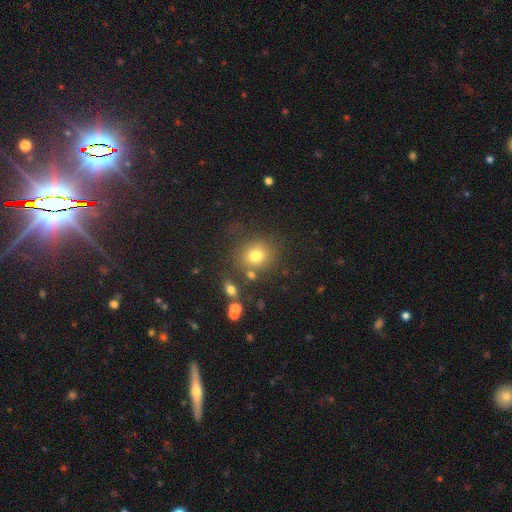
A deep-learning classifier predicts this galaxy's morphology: A smooth galaxy with no disk features (75%) that is round (79%). Merging: none (71%).